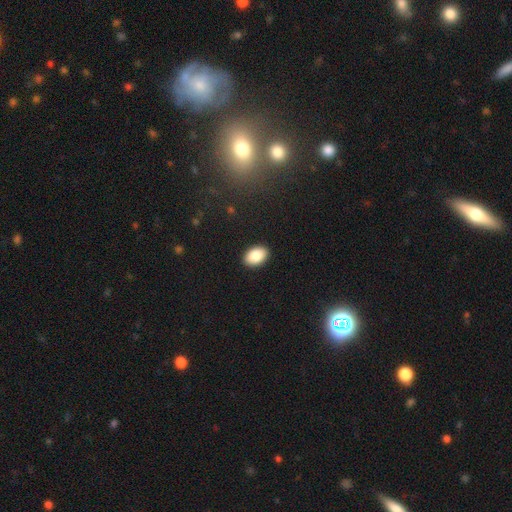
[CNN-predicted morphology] smooth-or-featured: smooth: 88% | star or artifact: 7% | featured or disk: 5%
  how-rounded: in between: 90% | round: 9% | cigar-shaped: 1%
  merging: none: 91% | minor disturbance: 7% | major disturbance: 2% | merger: 1%